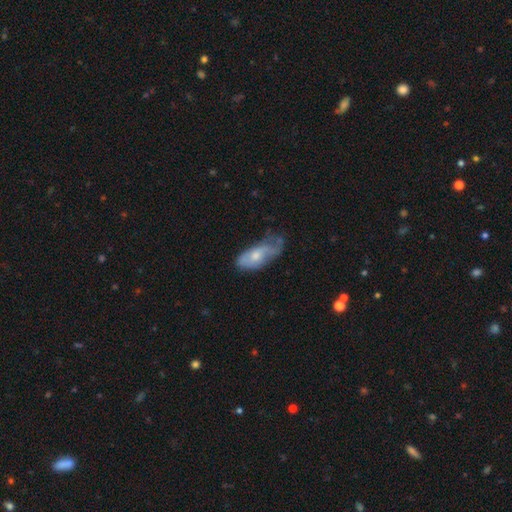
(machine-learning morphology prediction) Q: Smooth or featured?
A: smooth (52%); runner-up: featured or disk (41%)
Q: How rounded?
A: in between (82%); runner-up: cigar-shaped (15%)
Q: Merging?
A: minor disturbance (39%); runner-up: none (36%)